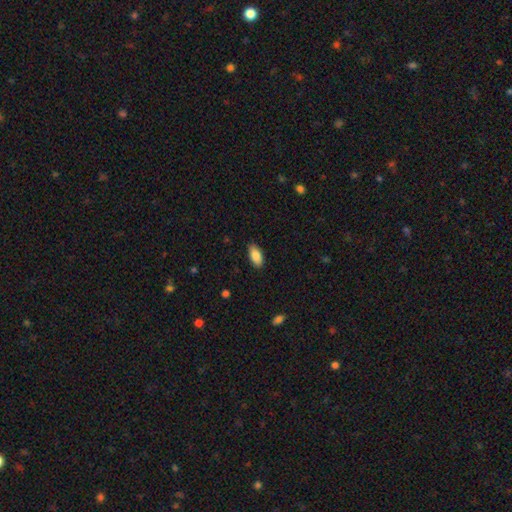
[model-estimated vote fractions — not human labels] Smooth or featured? smooth (87%)
How rounded? in between (91%)
Merging? none (86%)